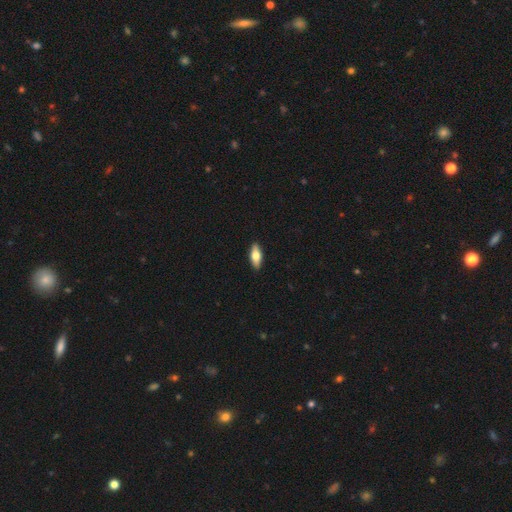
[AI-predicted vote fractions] The model was most divided on "smooth or featured": smooth: 65%, featured or disk: 30%, star or artifact: 6%. More confident: merging — none (91%); how rounded — in between (72%).